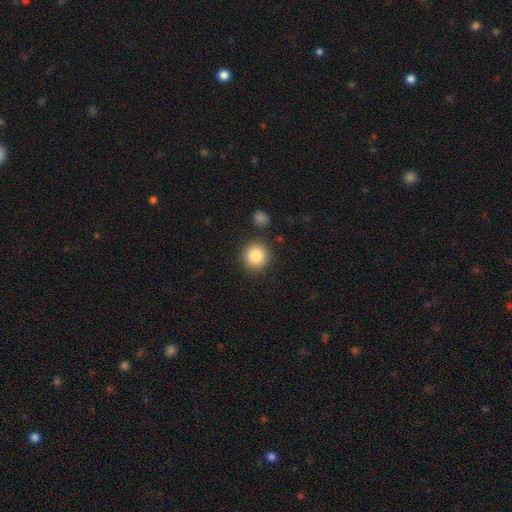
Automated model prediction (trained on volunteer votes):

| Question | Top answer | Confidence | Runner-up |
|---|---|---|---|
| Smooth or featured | smooth | 85% | star or artifact (9%) |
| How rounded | round | 94% | in between (5%) |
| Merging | none | 87% | minor disturbance (7%) |